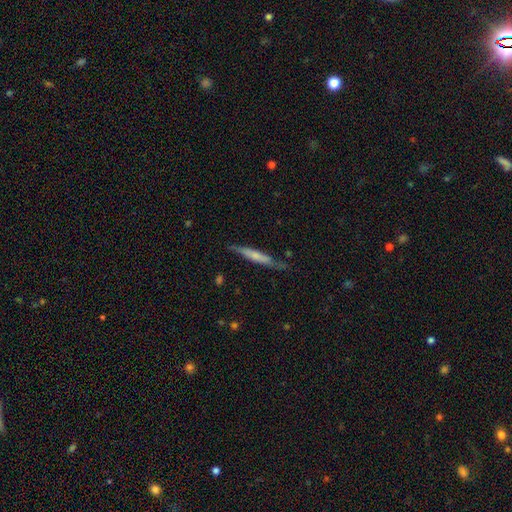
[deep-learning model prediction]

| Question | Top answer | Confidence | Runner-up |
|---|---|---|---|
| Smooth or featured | smooth | 51% | featured or disk (43%) |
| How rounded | cigar-shaped | 93% | in between (6%) |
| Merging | none | 72% | minor disturbance (22%) |